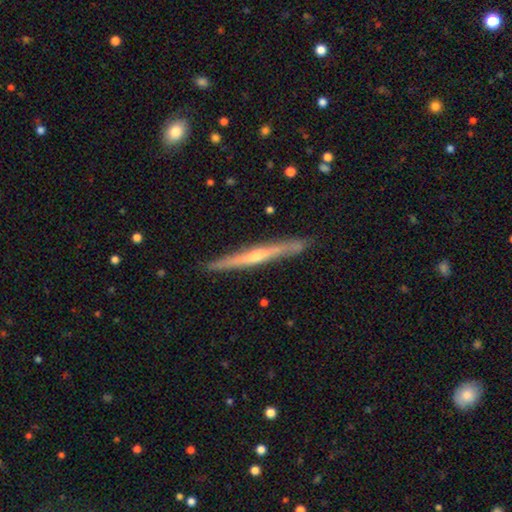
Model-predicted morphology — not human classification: Q: Smooth or featured?
A: featured or disk (74%); runner-up: smooth (20%)
Q: Edge-on disk?
A: yes (97%); runner-up: no (3%)
Q: Edge-on bulge?
A: rounded (73%); runner-up: none (23%)
Q: Merging?
A: none (89%); runner-up: minor disturbance (8%)